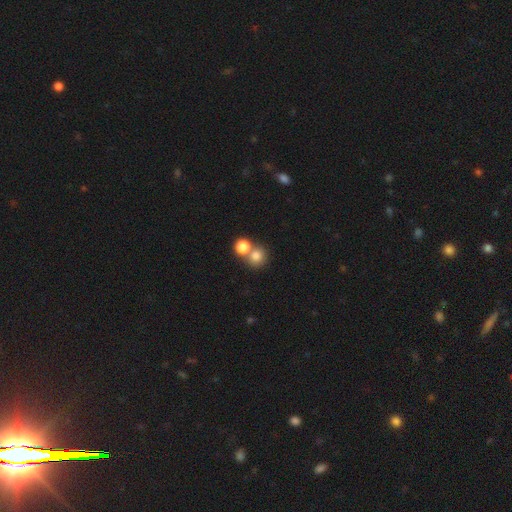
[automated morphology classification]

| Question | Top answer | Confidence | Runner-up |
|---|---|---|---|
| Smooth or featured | smooth | 79% | star or artifact (12%) |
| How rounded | round | 86% | in between (13%) |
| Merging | none | 47% | merger (44%) |